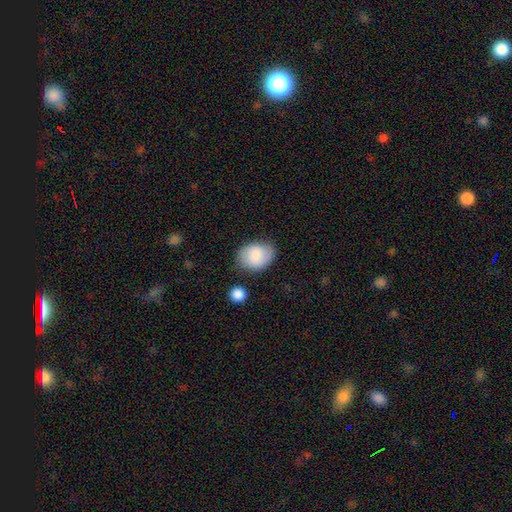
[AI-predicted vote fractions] Morphology: type=smooth (79%); roundness=in between (69%); merging=none (73%).